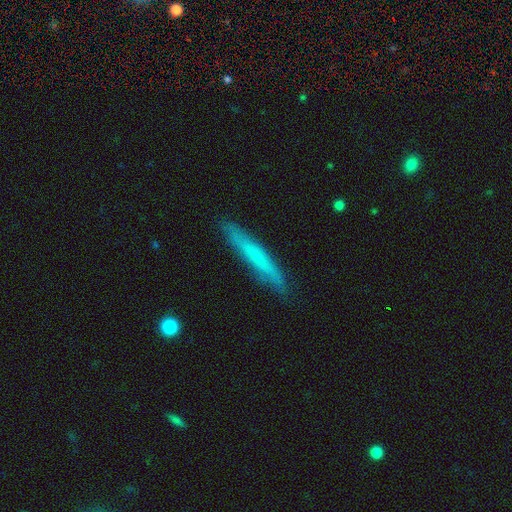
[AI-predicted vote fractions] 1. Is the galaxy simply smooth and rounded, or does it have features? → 58% smooth, 35% featured or disk, 6% star or artifact.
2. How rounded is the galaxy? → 95% cigar-shaped, 4% in between, 1% round.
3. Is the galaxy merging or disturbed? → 85% none, 11% minor disturbance, 2% major disturbance, 1% merger.